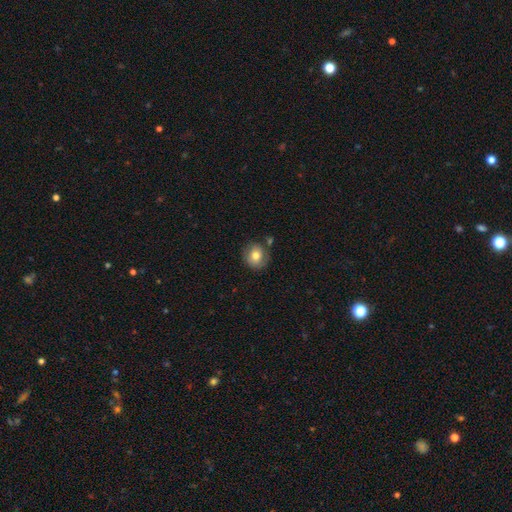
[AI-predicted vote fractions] Morphology: type=smooth (75%); roundness=round (83%); merging=none (75%).